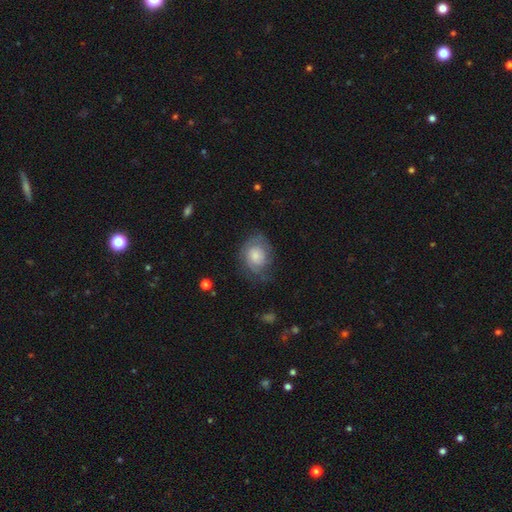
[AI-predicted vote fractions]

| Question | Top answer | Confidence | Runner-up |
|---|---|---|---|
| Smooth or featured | smooth | 51% | featured or disk (42%) |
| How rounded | round | 53% | in between (46%) |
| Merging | none | 57% | minor disturbance (26%) |